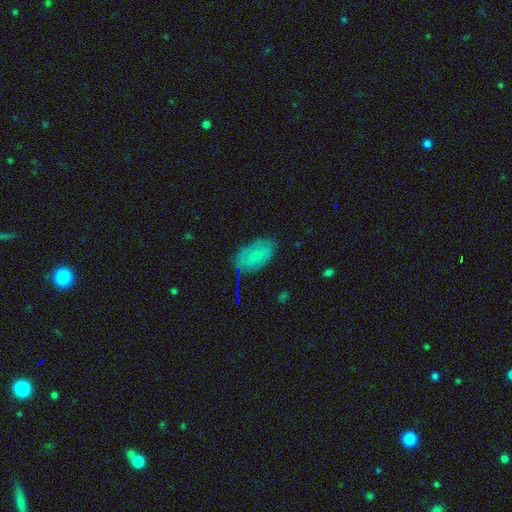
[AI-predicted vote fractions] Q: Smooth or featured?
A: smooth (66%); runner-up: featured or disk (25%)
Q: How rounded?
A: in between (92%); runner-up: round (6%)
Q: Merging?
A: none (76%); runner-up: minor disturbance (17%)